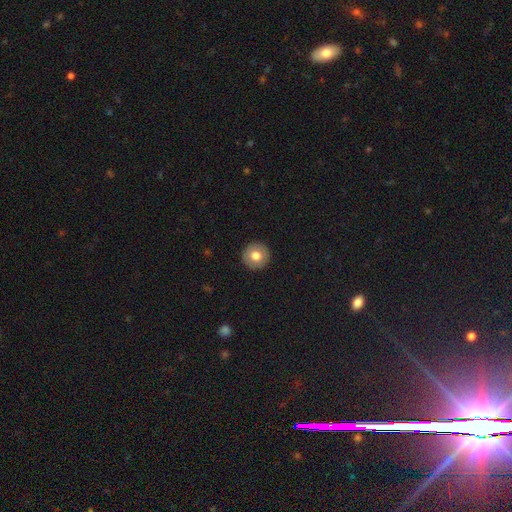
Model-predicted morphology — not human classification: Overall: smooth (77%). How rounded: round (95%). Merging: none (93%).